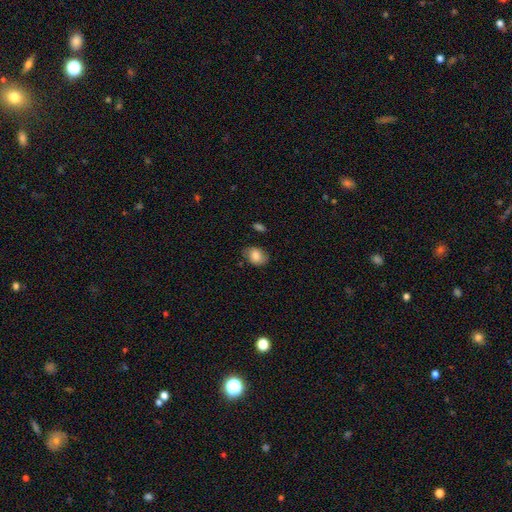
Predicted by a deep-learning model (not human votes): smooth-or-featured: smooth: 80% | featured or disk: 12% | star or artifact: 8%
  how-rounded: in between: 65% | round: 34% | cigar-shaped: 1%
  merging: none: 73% | minor disturbance: 20% | major disturbance: 4% | merger: 2%